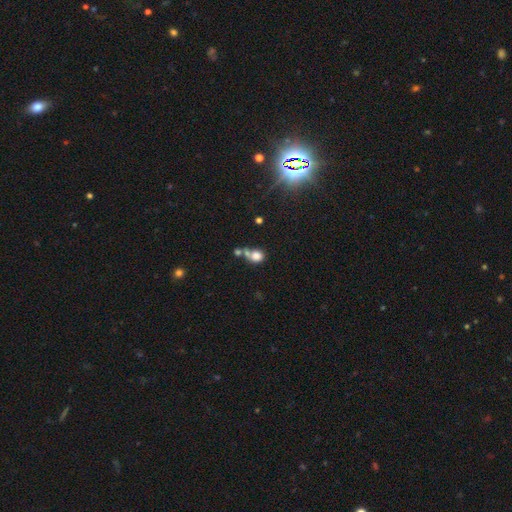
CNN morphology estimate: Smooth or featured?
  - smooth: 77% *
  - star or artifact: 13%
  - featured or disk: 10%
How rounded?
  - round: 70% *
  - in between: 28%
  - cigar-shaped: 1%
Merging?
  - merger: 46% *
  - none: 37%
  - minor disturbance: 11%
  - major disturbance: 7%